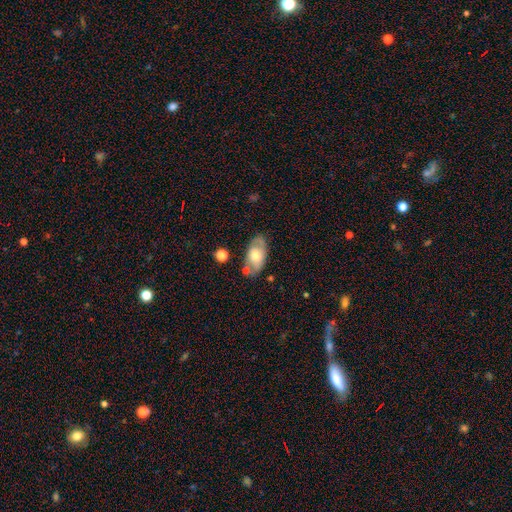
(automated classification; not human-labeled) smooth_or_featured: smooth (p=0.51) [alt: featured or disk p=0.43]
how_rounded: in between (p=0.91) [alt: round p=0.06]
merging: none (p=0.67) [alt: minor disturbance p=0.19]